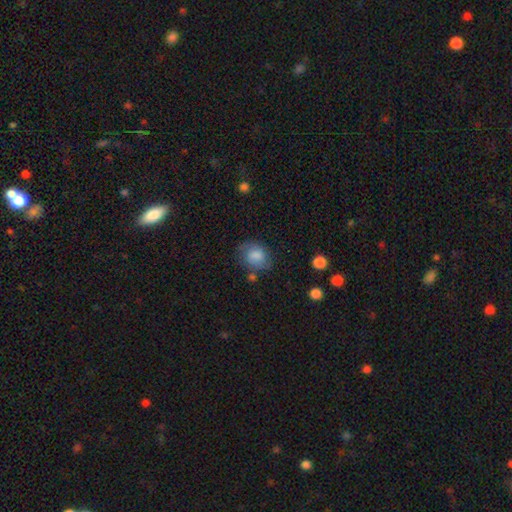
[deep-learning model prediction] Morphology: type=smooth (77%); roundness=round (51%); merging=none (63%).